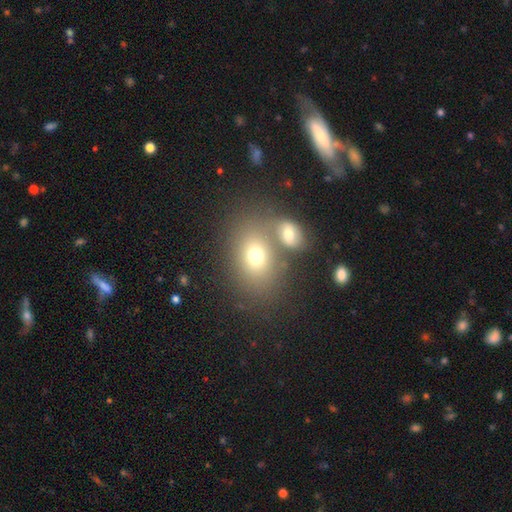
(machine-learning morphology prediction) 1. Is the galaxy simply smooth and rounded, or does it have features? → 70% smooth, 17% featured or disk, 13% star or artifact.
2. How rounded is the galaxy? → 69% in between, 30% round, 1% cigar-shaped.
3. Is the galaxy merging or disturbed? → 52% none, 30% merger, 12% minor disturbance, 6% major disturbance.